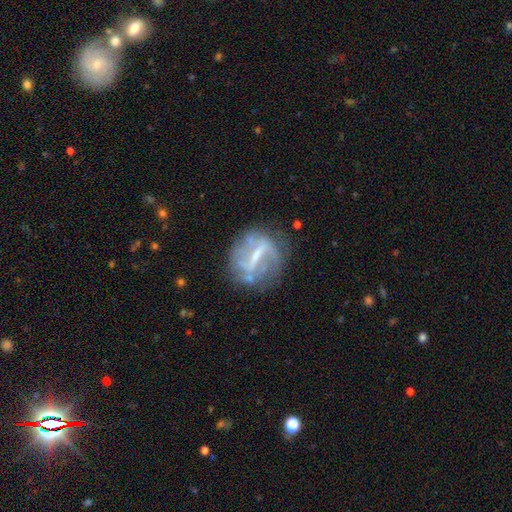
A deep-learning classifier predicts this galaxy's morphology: Smooth or featured? Predicted: featured or disk (p=0.77). Edge-on disk? Predicted: no (p=0.94). Bar? Predicted: strong (p=0.63). Spiral arms? Predicted: yes (p=0.70). Spiral winding? Predicted: loose (p=0.45). Spiral arm count? Predicted: 2 (p=0.59). Bulge size? Predicted: small (p=0.50). Merging? Predicted: none (p=0.66).